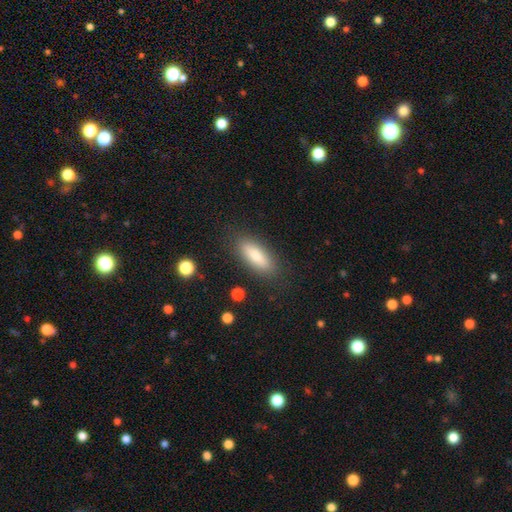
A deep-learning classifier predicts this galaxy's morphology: Smooth or featured? Predicted: smooth (p=0.79). How rounded? Predicted: in between (p=0.58). Merging? Predicted: none (p=0.85).